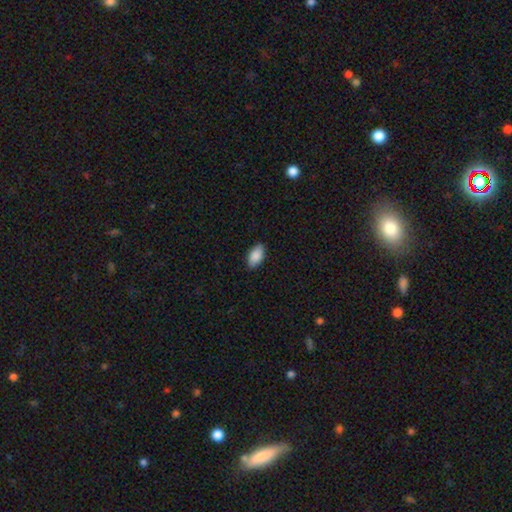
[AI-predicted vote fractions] Q: Smooth or featured?
A: smooth (88%); runner-up: star or artifact (6%)
Q: How rounded?
A: in between (94%); runner-up: round (3%)
Q: Merging?
A: none (87%); runner-up: minor disturbance (10%)